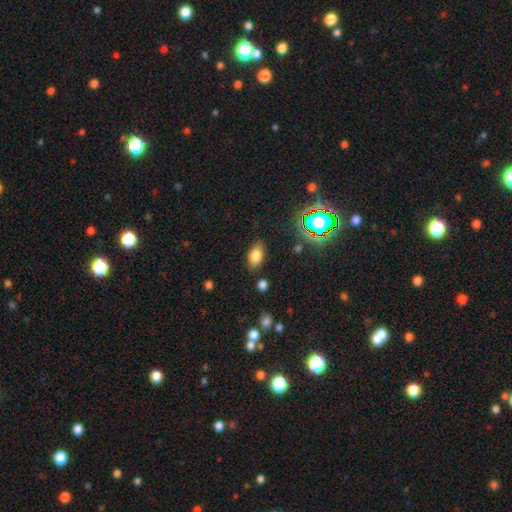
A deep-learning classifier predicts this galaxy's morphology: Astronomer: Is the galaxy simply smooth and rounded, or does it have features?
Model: smooth — 80%.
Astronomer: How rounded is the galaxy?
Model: in between — 89%.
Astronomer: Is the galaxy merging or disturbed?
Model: none — 82%.